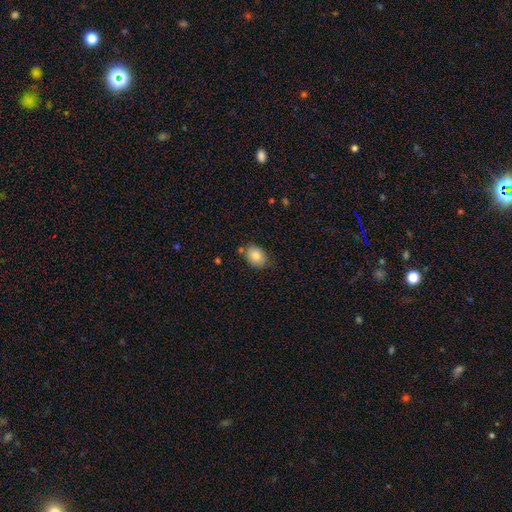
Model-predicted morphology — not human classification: This is clearly a smooth galaxy (84%). How rounded: likely in between (68%). Merging: likely none (76%).